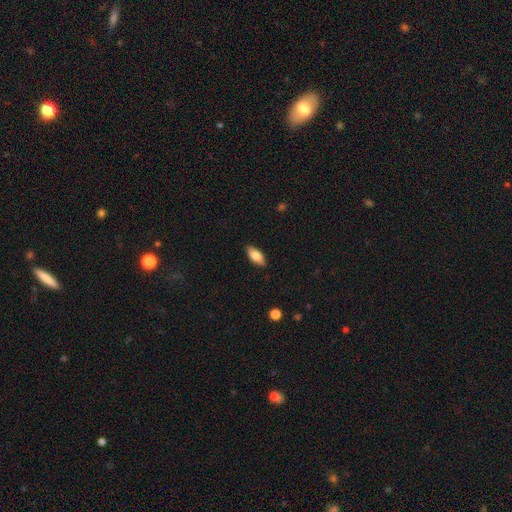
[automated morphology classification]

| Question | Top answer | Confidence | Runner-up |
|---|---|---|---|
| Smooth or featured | smooth | 77% | featured or disk (16%) |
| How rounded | in between | 84% | cigar-shaped (14%) |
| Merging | none | 88% | minor disturbance (9%) |